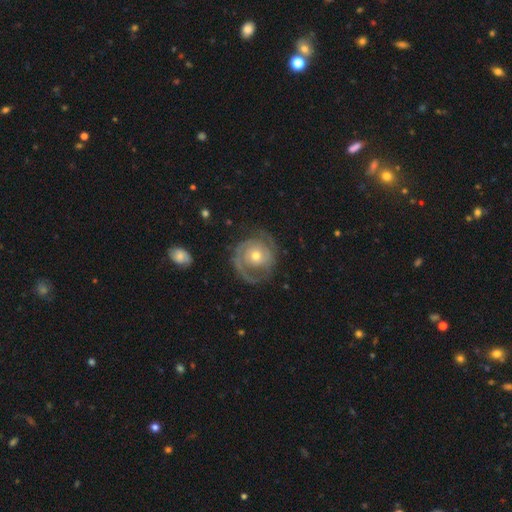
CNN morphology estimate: Smooth or featured: featured or disk — 84% (smooth — 10%)
Edge-on disk: no — 98% (yes — 2%)
Bar: no — 75% (weak — 20%)
Spiral arms: yes — 94% (no — 6%)
Spiral winding: tight — 57% (medium — 33%)
Spiral arm count: 2 — 69% (can't tell — 11%)
Bulge size: moderate — 59% (small — 36%)
Merging: none — 73% (minor disturbance — 16%)